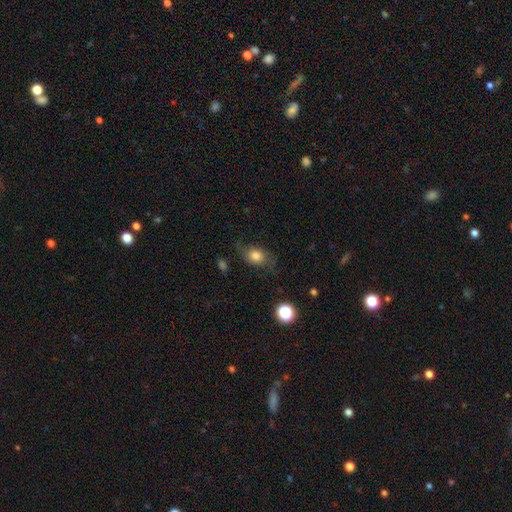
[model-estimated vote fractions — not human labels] Smooth or featured?
  - smooth: 73% *
  - featured or disk: 18%
  - star or artifact: 10%
How rounded?
  - in between: 66% *
  - round: 32%
  - cigar-shaped: 2%
Merging?
  - none: 62% *
  - minor disturbance: 25%
  - major disturbance: 12%
  - merger: 2%